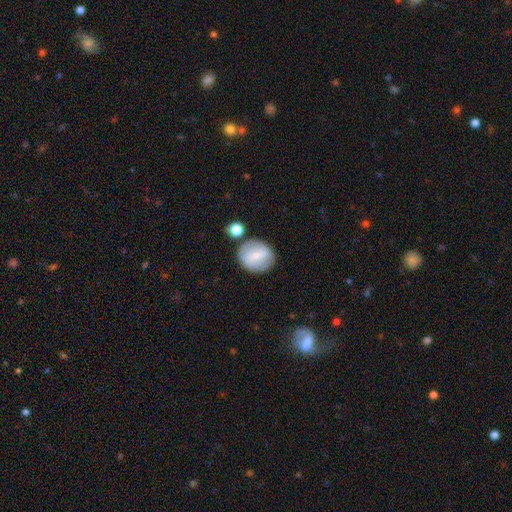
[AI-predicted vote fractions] Overall: smooth (60%; featured or disk 32%). How rounded: round (79%). Merging: none (74%).